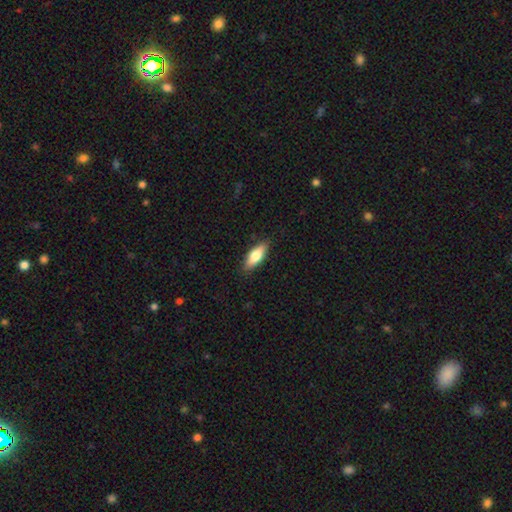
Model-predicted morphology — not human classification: Q: Smooth or featured?
A: smooth (72%); runner-up: featured or disk (22%)
Q: How rounded?
A: in between (66%); runner-up: cigar-shaped (31%)
Q: Merging?
A: none (87%); runner-up: minor disturbance (10%)